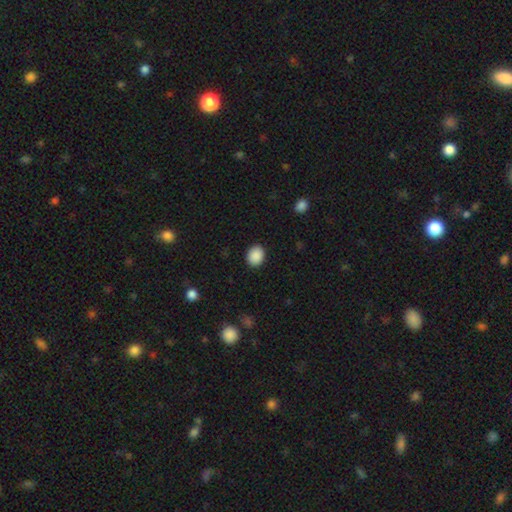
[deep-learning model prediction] This appears to be a smooth galaxy with no disk features (90%) that is round (50%). Merging: none (90%).